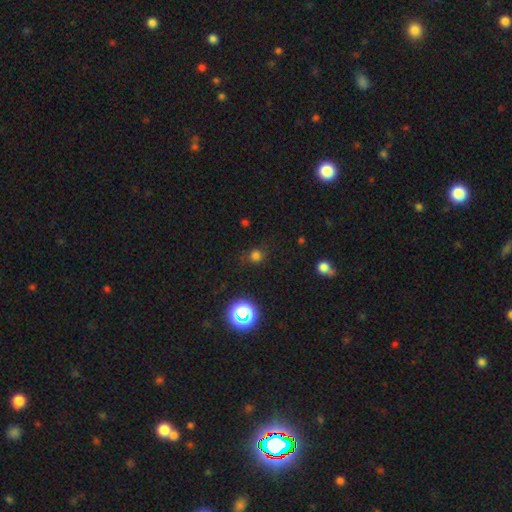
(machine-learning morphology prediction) Smooth or featured? smooth (70%)
How rounded? round (88%)
Merging? none (79%)